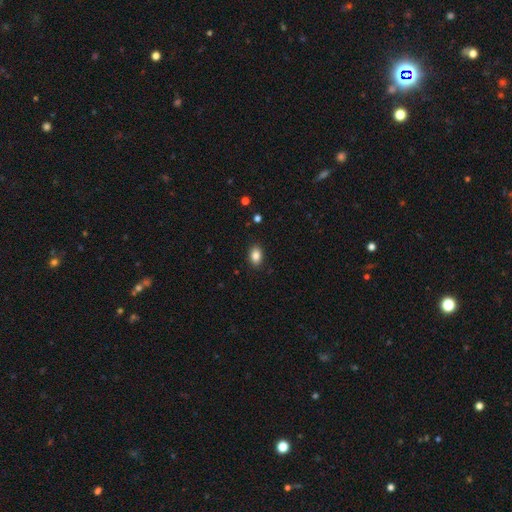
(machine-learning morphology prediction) The model was most divided on "how rounded": in between: 81%, round: 17%, cigar-shaped: 1%. More confident: merging — none (88%); smooth or featured — smooth (86%).